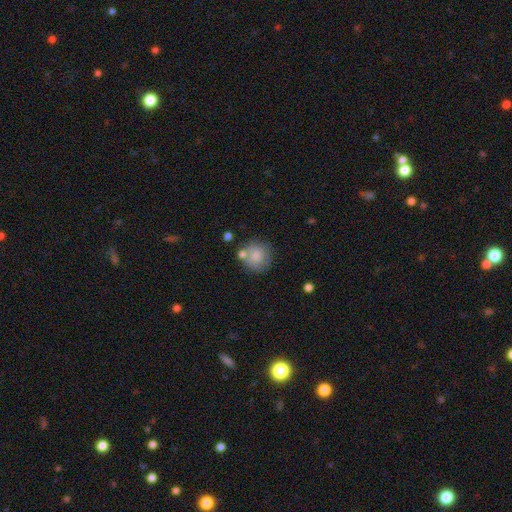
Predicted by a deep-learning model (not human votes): Q: Smooth or featured?
A: smooth (79%); runner-up: featured or disk (12%)
Q: How rounded?
A: round (91%); runner-up: in between (8%)
Q: Merging?
A: none (68%); runner-up: minor disturbance (15%)